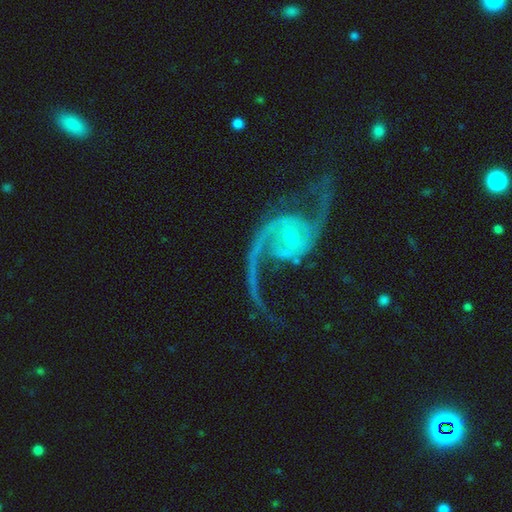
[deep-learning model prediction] Smooth or featured? featured or disk (92%)
Edge-on disk? no (98%)
Bar? no (53%)
Spiral arms? yes (98%)
Spiral winding? loose (57%)
Spiral arm count? 2 (93%)
Bulge size? small (74%)
Merging? none (66%)